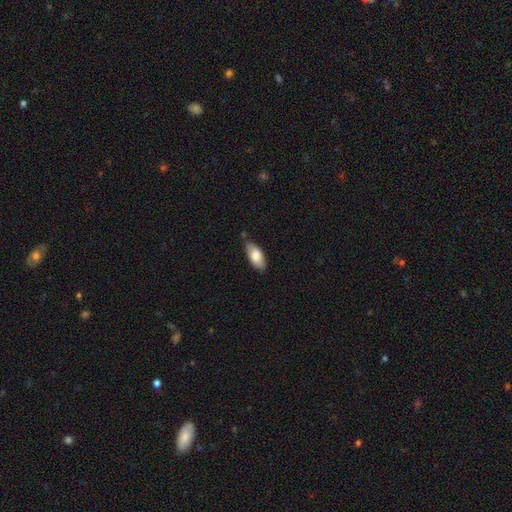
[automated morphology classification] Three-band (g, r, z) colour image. It shows a smooth galaxy with no disk features (80%) that is in between round and cigar-shaped (89%). Merging: none (70%).